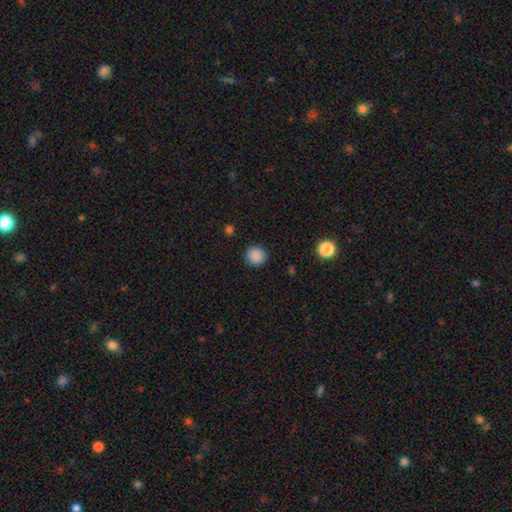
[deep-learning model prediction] Morphology: type=smooth (88%); roundness=round (93%); merging=none (90%).